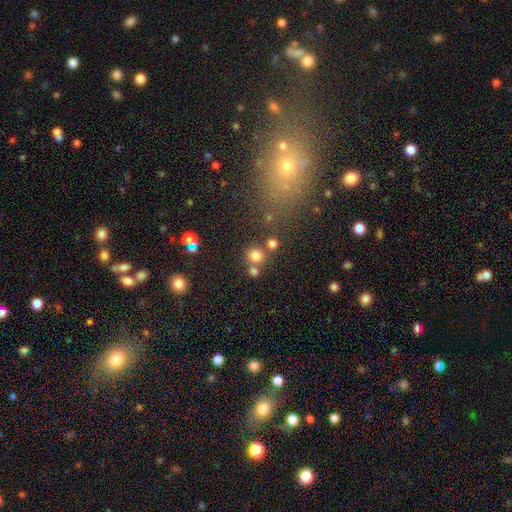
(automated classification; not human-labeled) Smooth or featured?
  - smooth: 75% *
  - star or artifact: 17%
  - featured or disk: 8%
How rounded?
  - round: 88% *
  - in between: 11%
  - cigar-shaped: 1%
Merging?
  - none: 66% *
  - merger: 23%
  - minor disturbance: 8%
  - major disturbance: 4%